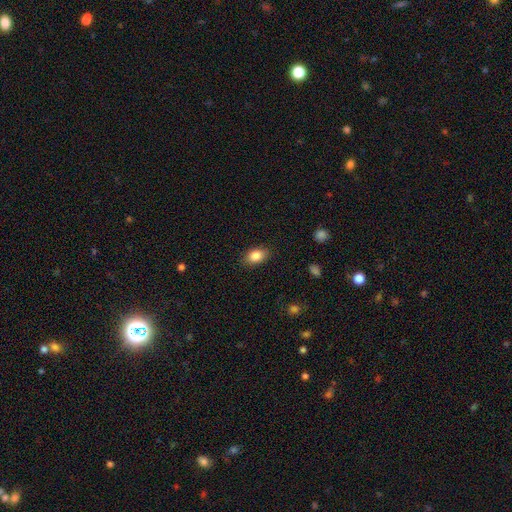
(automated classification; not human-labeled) Morphology: type=smooth (85%); roundness=in between (86%); merging=none (86%).